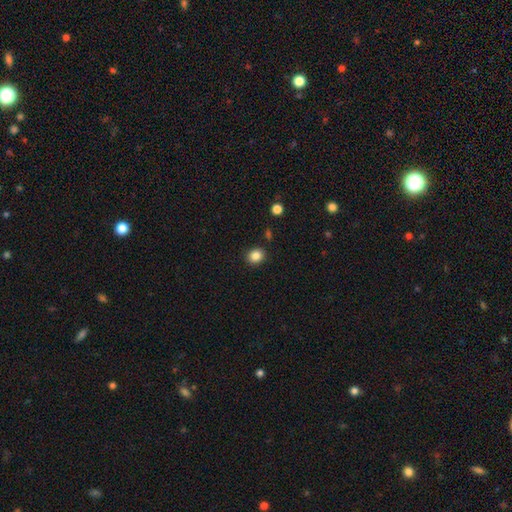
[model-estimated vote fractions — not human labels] smooth_or_featured: smooth (p=0.85) [alt: star or artifact p=0.10]
how_rounded: round (p=0.67) [alt: in between p=0.32]
merging: none (p=0.88) [alt: minor disturbance p=0.07]